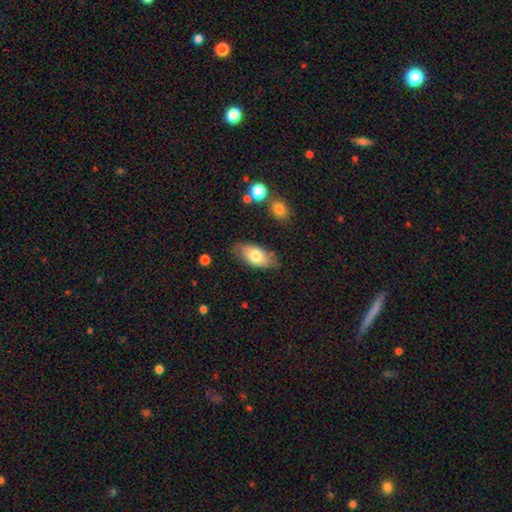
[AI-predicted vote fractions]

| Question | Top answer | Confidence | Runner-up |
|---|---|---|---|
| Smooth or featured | smooth | 74% | featured or disk (20%) |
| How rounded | in between | 90% | cigar-shaped (7%) |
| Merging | none | 78% | minor disturbance (16%) |